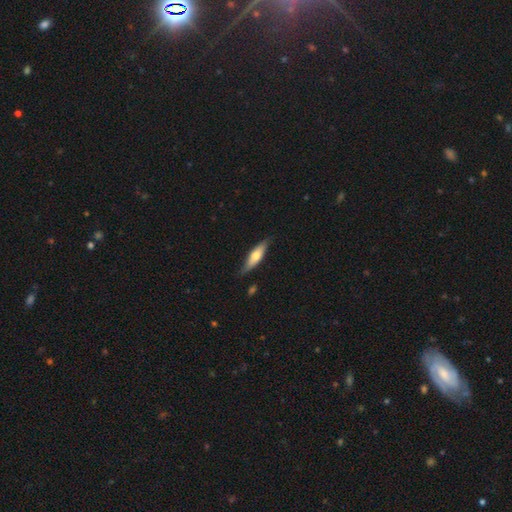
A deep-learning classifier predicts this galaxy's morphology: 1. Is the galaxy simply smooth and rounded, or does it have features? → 53% smooth, 42% featured or disk, 5% star or artifact.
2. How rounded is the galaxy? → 63% cigar-shaped, 35% in between, 2% round.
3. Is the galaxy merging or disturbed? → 79% none, 17% minor disturbance, 3% major disturbance, 2% merger.